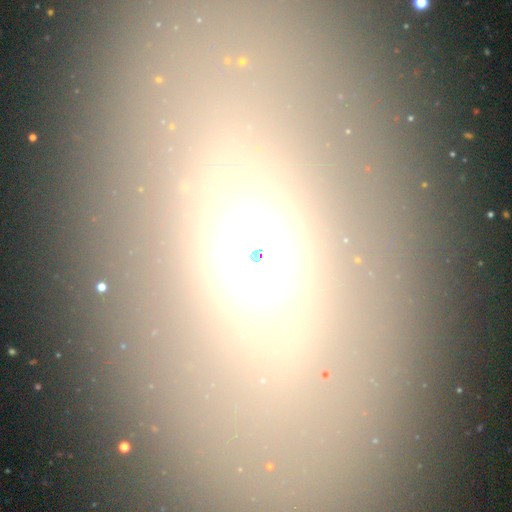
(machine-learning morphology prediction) Smooth or featured?
  - smooth: 42% *
  - star or artifact: 29%
  - featured or disk: 28%
Merging?
  - none: 84% *
  - minor disturbance: 8%
  - major disturbance: 4%
  - merger: 3%